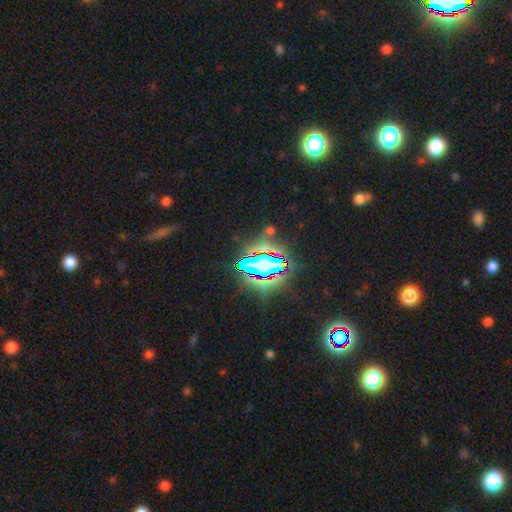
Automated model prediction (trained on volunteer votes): Smooth or featured? star or artifact (73%)